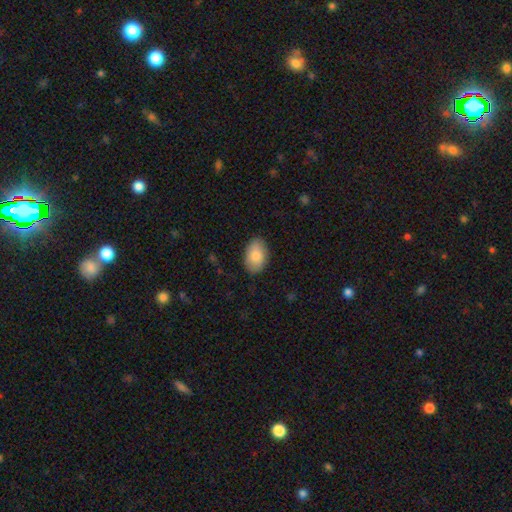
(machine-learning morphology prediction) smooth 86%, featured or disk 9%, star or artifact 6%. Down the decision tree: how rounded — in between (91%); merging — none (87%).